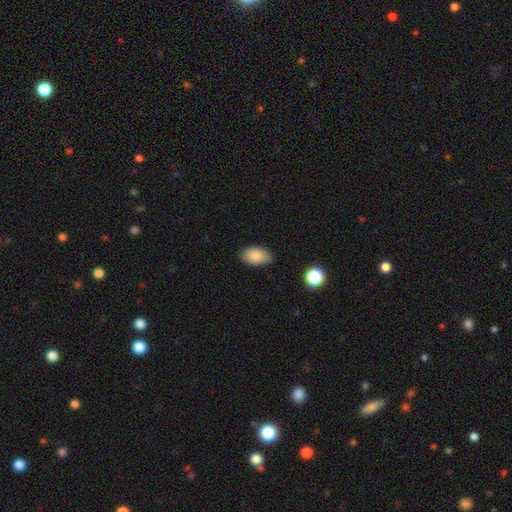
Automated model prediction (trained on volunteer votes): Q: Smooth or featured?
A: smooth (88%); runner-up: star or artifact (7%)
Q: How rounded?
A: in between (93%); runner-up: round (5%)
Q: Merging?
A: none (83%); runner-up: minor disturbance (13%)